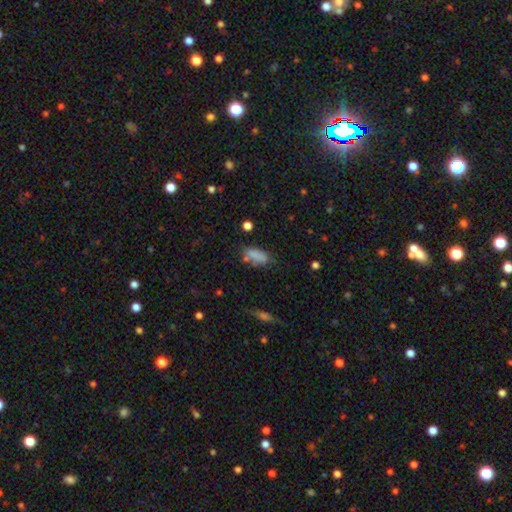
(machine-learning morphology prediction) Q: Smooth or featured?
A: smooth (79%); runner-up: star or artifact (11%)
Q: How rounded?
A: in between (85%); runner-up: cigar-shaped (11%)
Q: Merging?
A: none (56%); runner-up: minor disturbance (24%)